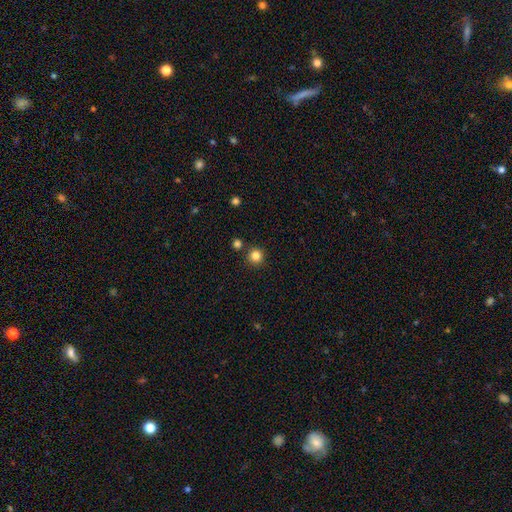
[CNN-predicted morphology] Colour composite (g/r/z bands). It shows a smooth galaxy with no disk features (83%) that is round (96%). Merging: none (88%).